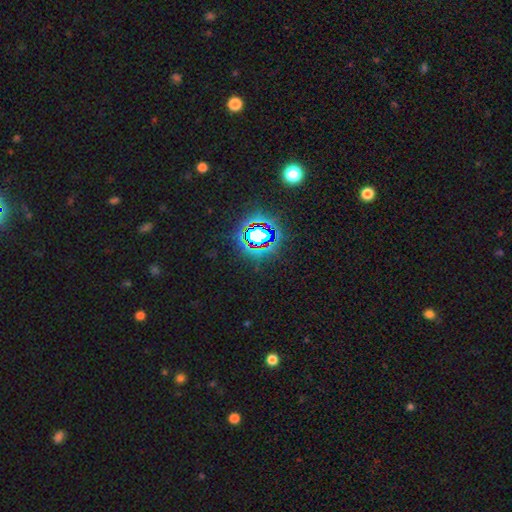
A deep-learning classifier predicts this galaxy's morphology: A star or artifact, not a galaxy (79%).

Vote fractions:
- Smooth or featured? star or artifact: 79% / smooth: 13% / featured or disk: 8%